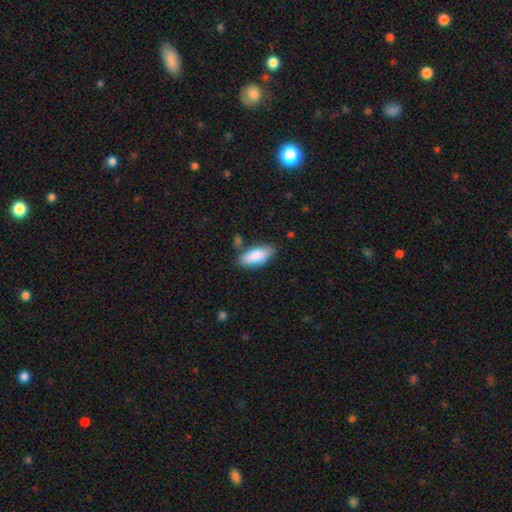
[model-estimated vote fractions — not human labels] Smooth or featured? smooth (86%)
How rounded? in between (82%)
Merging? none (75%)